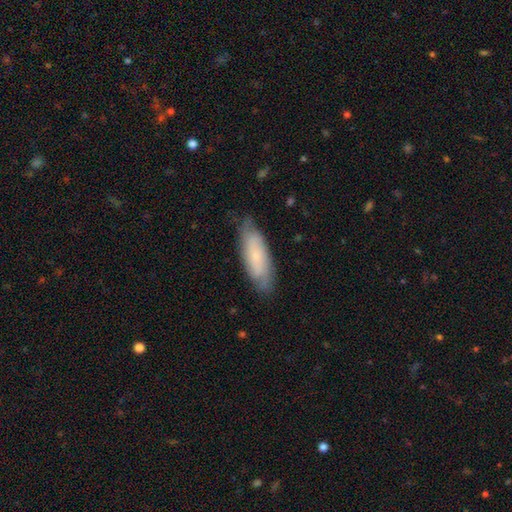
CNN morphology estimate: smooth 54%, featured or disk 38%, star or artifact 7%. Down the decision tree: how rounded — in between (57%); merging — none (76%).